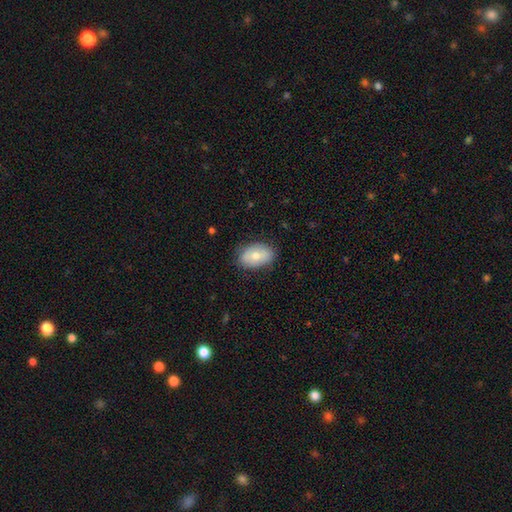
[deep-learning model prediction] The model was most divided on "smooth or featured": smooth: 72%, featured or disk: 22%, star or artifact: 7%. More confident: how rounded — in between (88%); merging — none (80%).